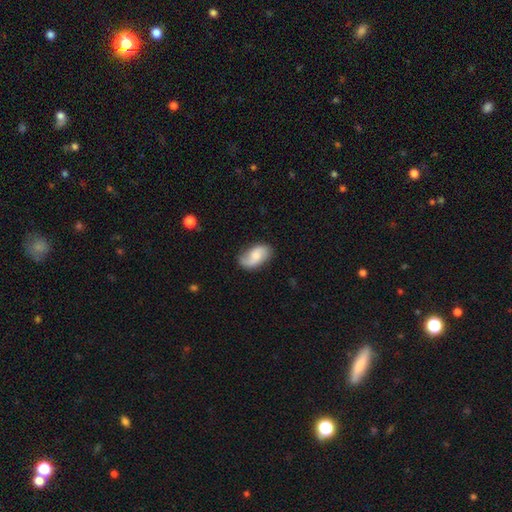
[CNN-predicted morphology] Q: Smooth or featured?
A: smooth (47%); runner-up: featured or disk (46%)
Q: Merging?
A: none (71%); runner-up: minor disturbance (22%)